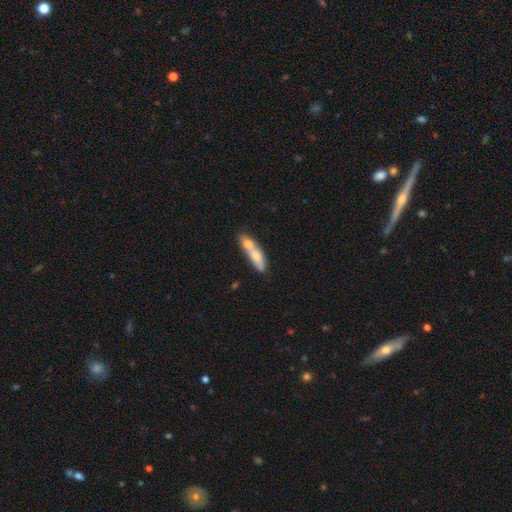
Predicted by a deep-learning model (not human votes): Morphology: type=smooth (64%); roundness=cigar-shaped (59%); merging=merger (58%).